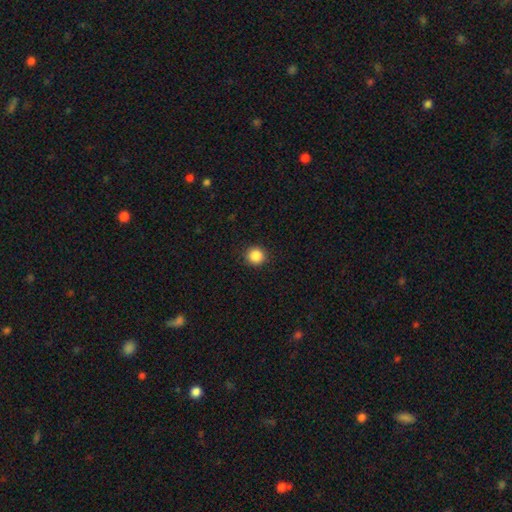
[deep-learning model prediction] A smooth galaxy with no disk features (87%) that is round (93%). Merging: none (91%).